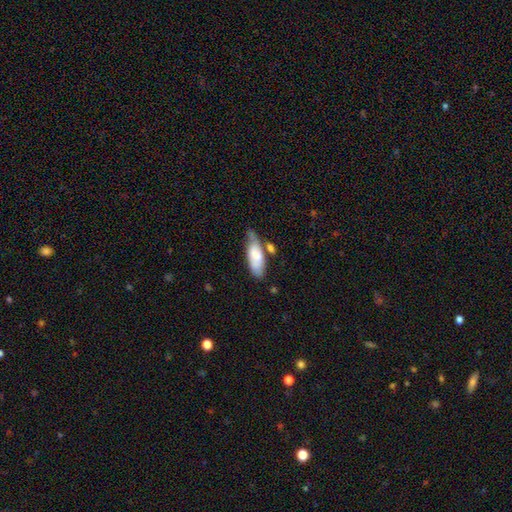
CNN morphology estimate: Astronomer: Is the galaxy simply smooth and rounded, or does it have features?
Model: smooth — 72%.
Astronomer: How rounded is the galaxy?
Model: in between — 69%.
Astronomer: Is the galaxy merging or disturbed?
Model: none — 41% (runner-up: minor disturbance, 32%).